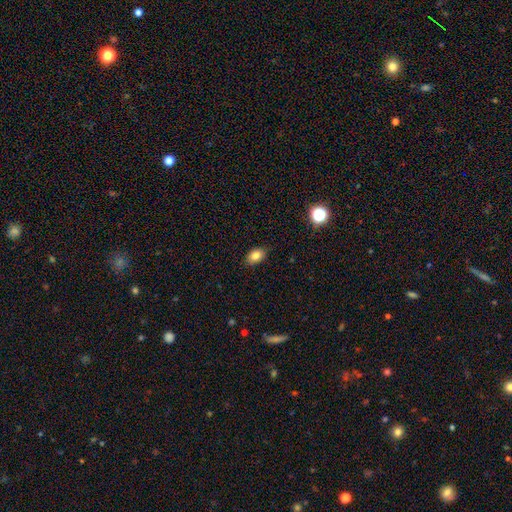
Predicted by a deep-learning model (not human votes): smooth_or_featured: smooth (p=0.82) [alt: star or artifact p=0.10]
how_rounded: in between (p=0.84) [alt: round p=0.14]
merging: none (p=0.86) [alt: minor disturbance p=0.11]